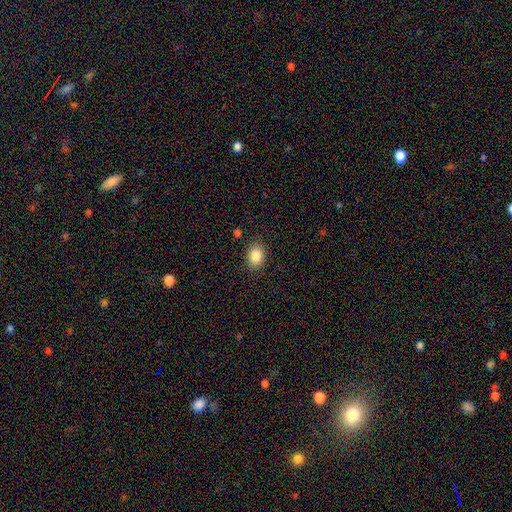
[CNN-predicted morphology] Overall: smooth (86%). How rounded: in between (72%). Merging: none (86%).